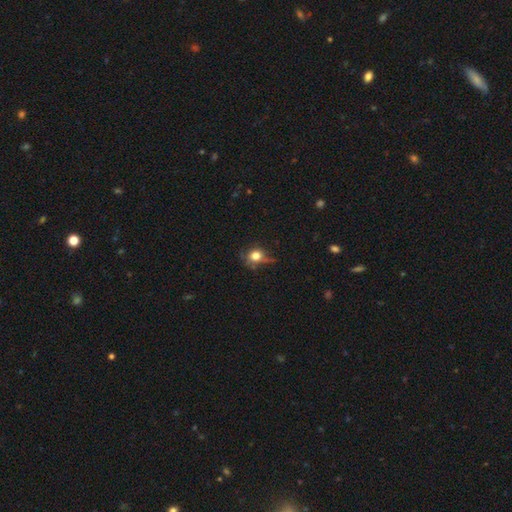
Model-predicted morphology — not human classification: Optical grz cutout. It shows a smooth galaxy with no disk features (71%) that is round (73%). Merging: none (51%).